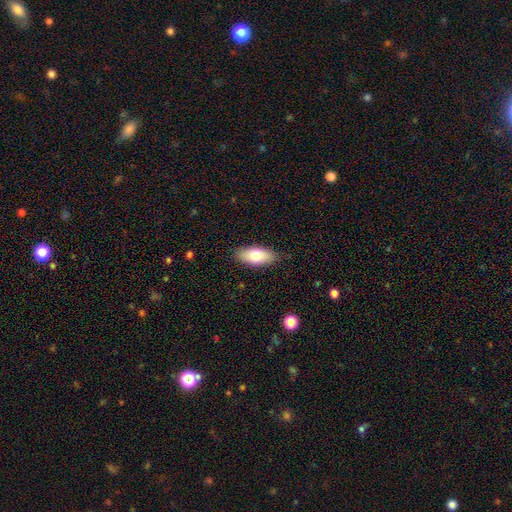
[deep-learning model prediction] A smooth galaxy with no disk features (75%) that is in between round and cigar-shaped (87%). Merging: none (86%).